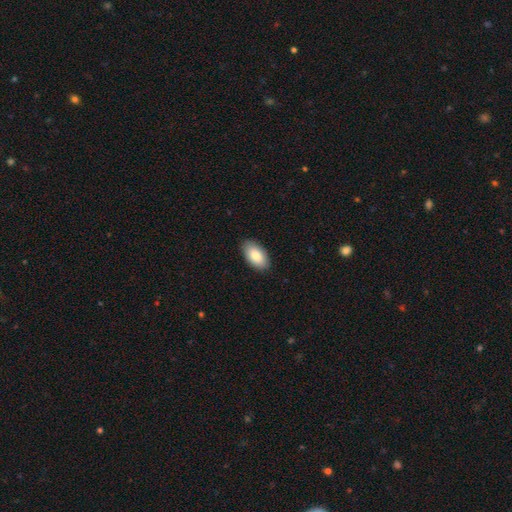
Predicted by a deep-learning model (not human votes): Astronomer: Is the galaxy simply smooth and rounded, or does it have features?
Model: smooth — 83%.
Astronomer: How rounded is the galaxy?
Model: in between — 95%.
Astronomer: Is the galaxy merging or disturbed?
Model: none — 88%.